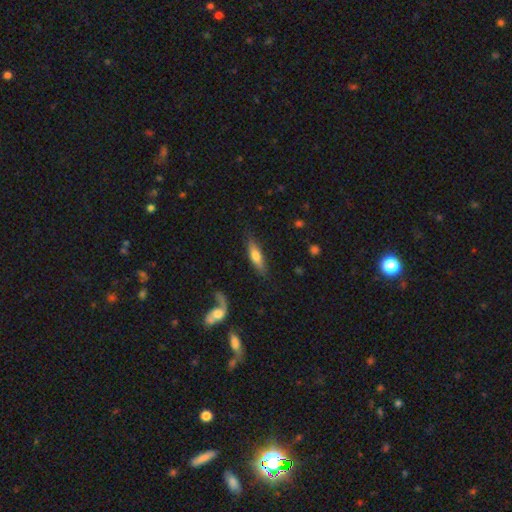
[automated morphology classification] Smooth or featured?
  - smooth: 55% *
  - featured or disk: 39%
  - star or artifact: 6%
How rounded?
  - cigar-shaped: 62% *
  - in between: 35%
  - round: 3%
Merging?
  - none: 80% *
  - minor disturbance: 13%
  - major disturbance: 4%
  - merger: 3%